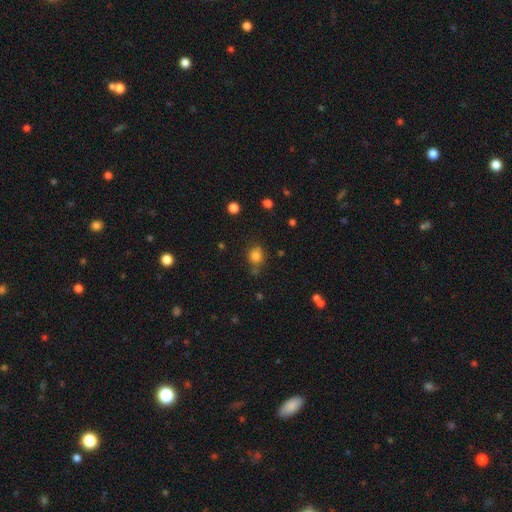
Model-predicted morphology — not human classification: smooth 81%, star or artifact 13%, featured or disk 6%. Down the decision tree: how rounded — round (75%); merging — none (70%).